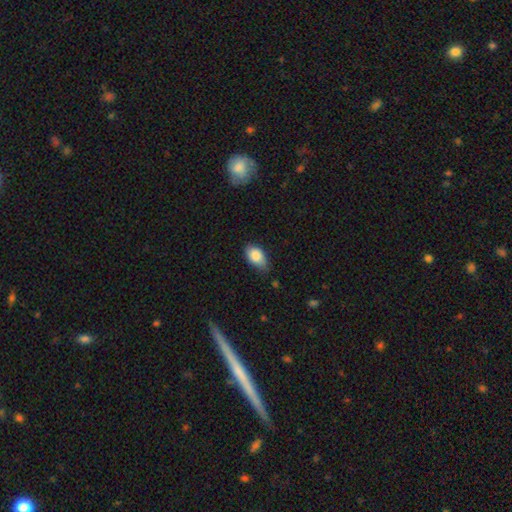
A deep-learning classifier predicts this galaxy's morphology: Overall: smooth (86%). How rounded: in between (91%). Merging: none (68%).